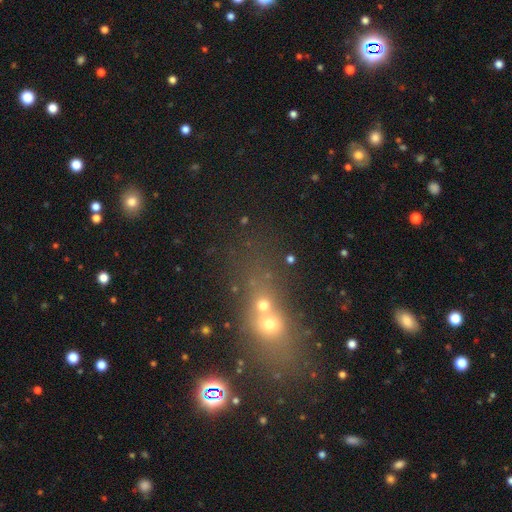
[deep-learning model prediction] Q: Smooth or featured?
A: smooth (40%); runner-up: star or artifact (39%)
Q: Merging?
A: merger (48%); runner-up: none (37%)